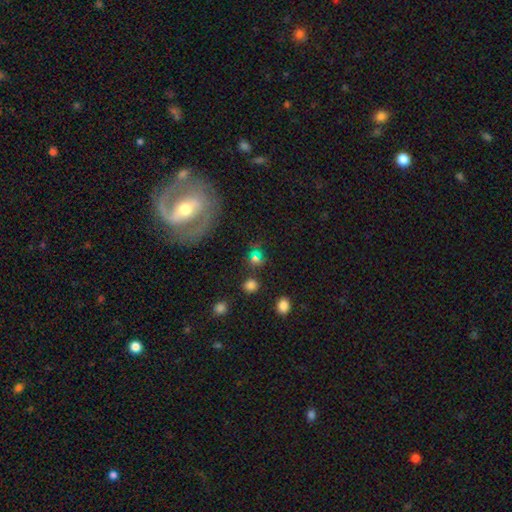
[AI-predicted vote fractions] Overall: smooth (57%; star or artifact 30%). How rounded: round (76%). Merging: none (70%).